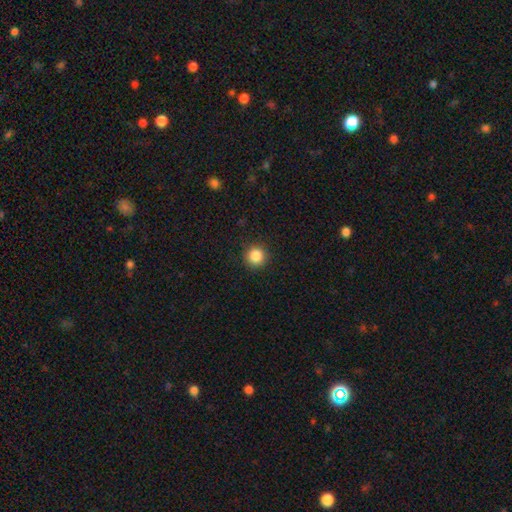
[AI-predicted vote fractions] smooth_or_featured: smooth (p=0.86) [alt: star or artifact p=0.10]
how_rounded: round (p=0.95) [alt: in between p=0.04]
merging: none (p=0.92) [alt: minor disturbance p=0.05]